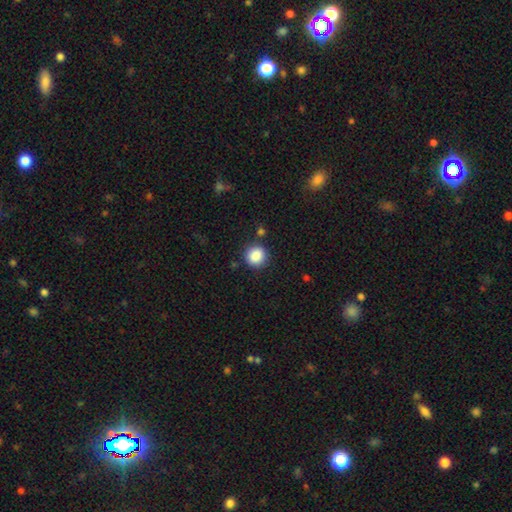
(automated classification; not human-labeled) Overall: smooth (87%). How rounded: round (90%). Merging: none (85%).